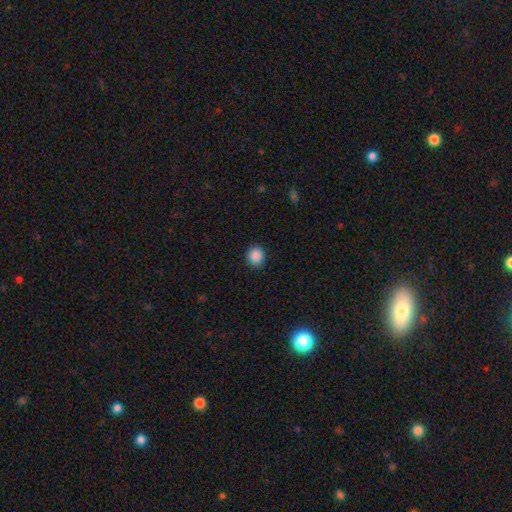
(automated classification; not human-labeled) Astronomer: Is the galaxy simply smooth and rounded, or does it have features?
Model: smooth — 89%.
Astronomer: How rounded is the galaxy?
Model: round — 86%.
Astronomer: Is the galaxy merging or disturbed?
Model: none — 91%.